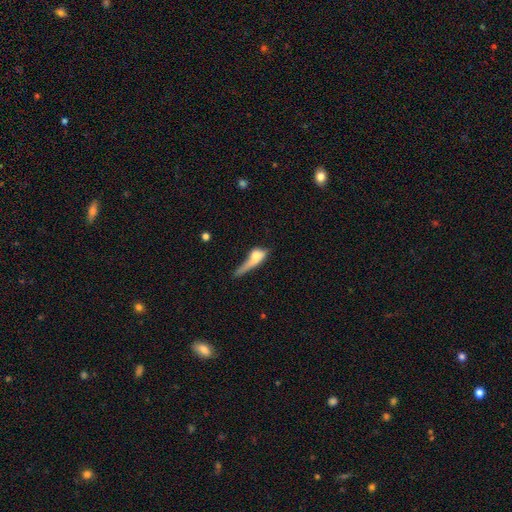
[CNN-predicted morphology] A smooth galaxy with no disk features (58%) that is cigar-shaped (44%).

Vote fractions:
- Smooth or featured? smooth: 58% / featured or disk: 32% / star or artifact: 9%
- How rounded? cigar-shaped: 44% / in between: 43% / round: 13%
- Merging? major disturbance: 41% / none: 21% / minor disturbance: 21% / merger: 17%